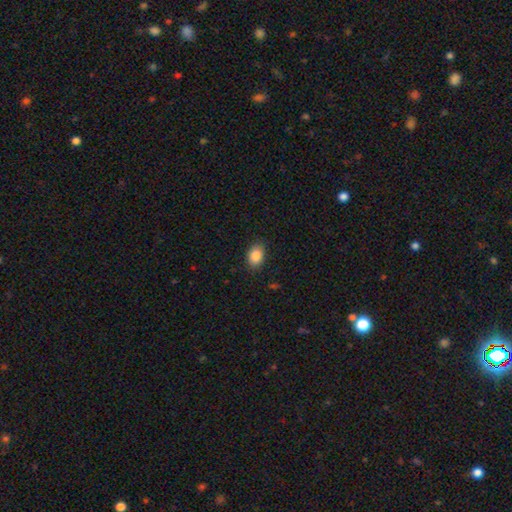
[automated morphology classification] Smooth or featured: smooth — 86% (star or artifact — 8%)
How rounded: in between — 78% (round — 21%)
Merging: none — 86% (minor disturbance — 11%)